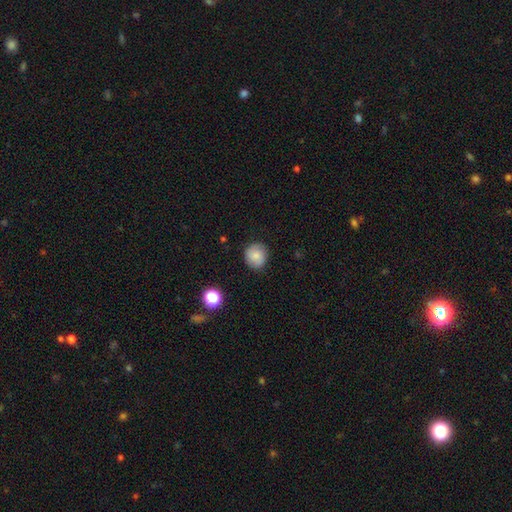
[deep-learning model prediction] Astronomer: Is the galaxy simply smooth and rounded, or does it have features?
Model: smooth — 78%.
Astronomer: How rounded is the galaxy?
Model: round — 87%.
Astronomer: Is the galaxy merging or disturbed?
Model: none — 86%.